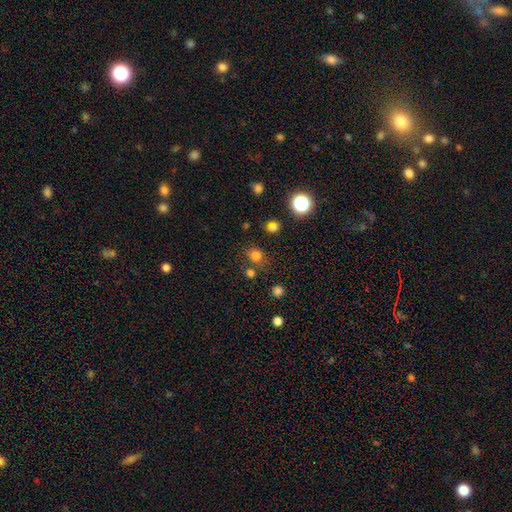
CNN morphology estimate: The model was most divided on "how rounded": round: 75%, in between: 24%, cigar-shaped: 1%. More confident: smooth or featured — smooth (74%); merging — none (71%).